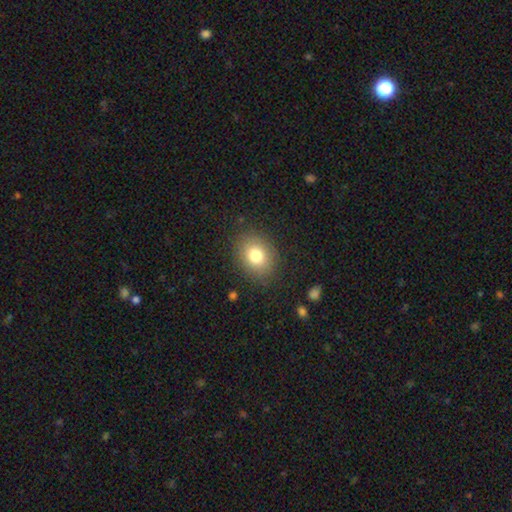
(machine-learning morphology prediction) Smooth or featured: smooth — 79% (featured or disk — 11%)
How rounded: in between — 51% (round — 48%)
Merging: none — 86% (minor disturbance — 10%)